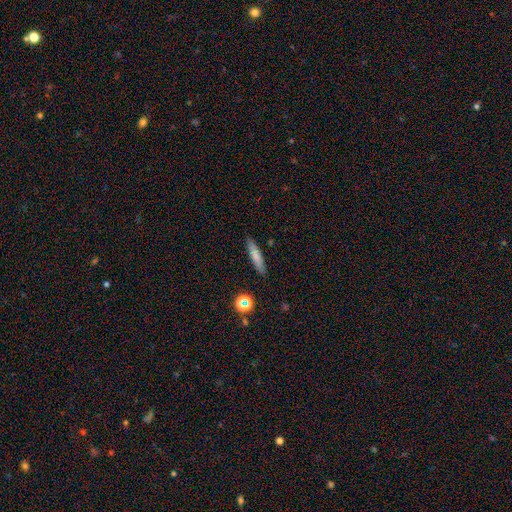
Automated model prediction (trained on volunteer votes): smooth 75%, featured or disk 16%, star or artifact 9%. Down the decision tree: how rounded — cigar-shaped (85%); merging — none (88%).